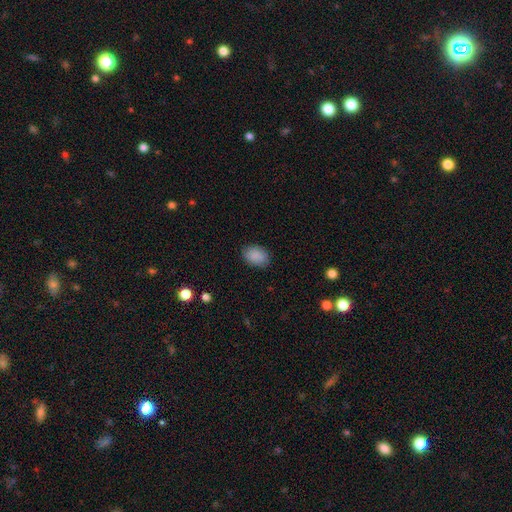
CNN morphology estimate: A smooth galaxy with no disk features (88%) that is in between round and cigar-shaped (81%). Merging: none (84%).